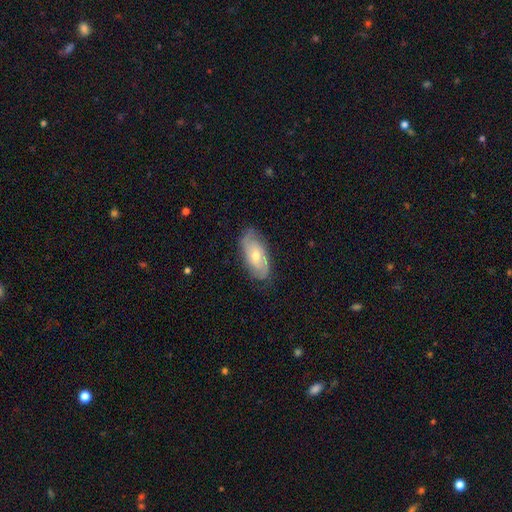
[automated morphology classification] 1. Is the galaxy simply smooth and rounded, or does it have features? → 65% featured or disk, 29% smooth, 6% star or artifact.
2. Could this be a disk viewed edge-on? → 90% no, 10% yes.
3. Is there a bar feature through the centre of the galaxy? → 61% no, 31% weak, 8% strong.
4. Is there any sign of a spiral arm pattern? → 84% yes, 16% no.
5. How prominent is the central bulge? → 54% moderate, 42% small, 2% large, 1% none, 1% dominant.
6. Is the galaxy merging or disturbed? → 78% none, 17% minor disturbance, 4% major disturbance, 1% merger.